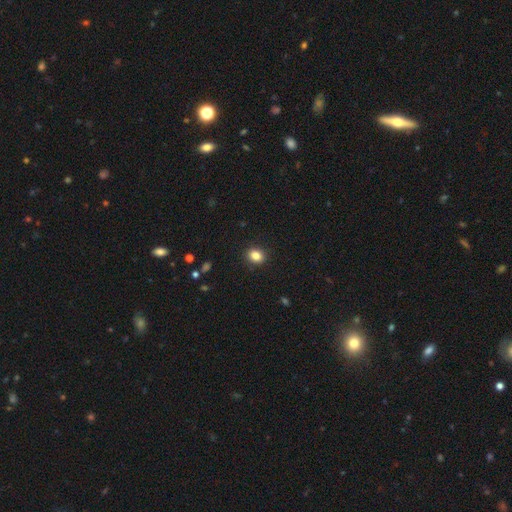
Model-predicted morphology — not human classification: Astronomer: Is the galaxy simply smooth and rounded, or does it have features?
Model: smooth — 85%.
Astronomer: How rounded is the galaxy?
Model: round — 61% (runner-up: in between, 38%).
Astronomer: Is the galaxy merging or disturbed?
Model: none — 91%.